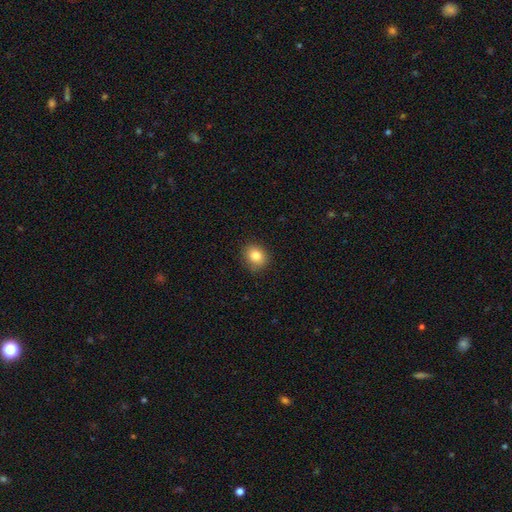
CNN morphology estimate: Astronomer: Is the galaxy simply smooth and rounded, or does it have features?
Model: smooth — 83%.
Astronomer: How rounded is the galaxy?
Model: round — 66%.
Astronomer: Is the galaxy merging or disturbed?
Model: none — 86%.